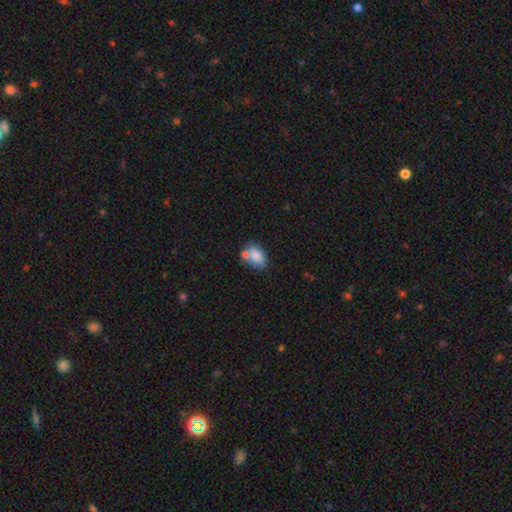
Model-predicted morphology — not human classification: This is clearly a smooth galaxy (82%). How rounded: clearly in between (85%). Merging: possibly none (55%).